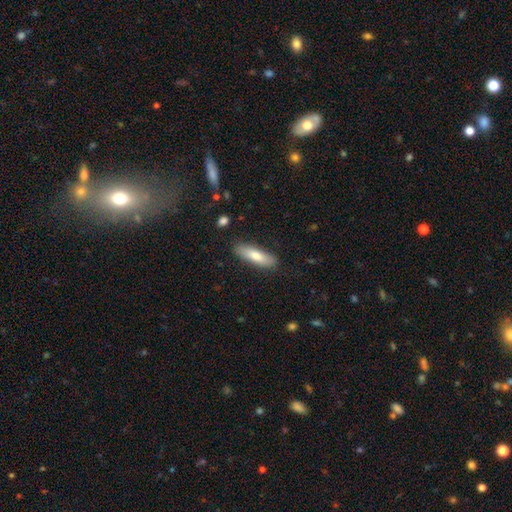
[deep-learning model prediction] Smooth or featured: smooth — 75% (featured or disk — 19%)
How rounded: cigar-shaped — 59% (in between — 39%)
Merging: none — 86% (minor disturbance — 10%)